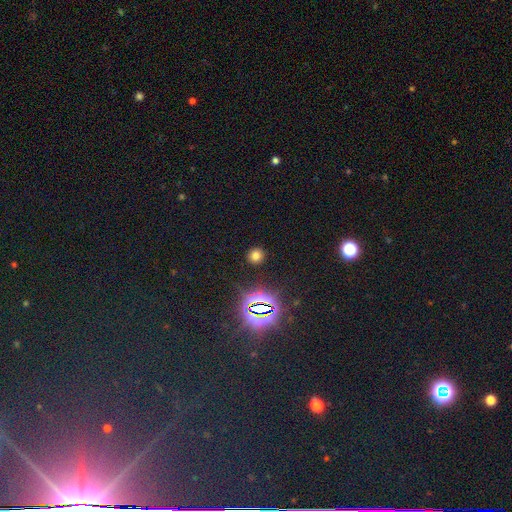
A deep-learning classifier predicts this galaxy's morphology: Smooth or featured: smooth — 68% (star or artifact — 25%)
How rounded: round — 89% (in between — 10%)
Merging: none — 90% (minor disturbance — 6%)